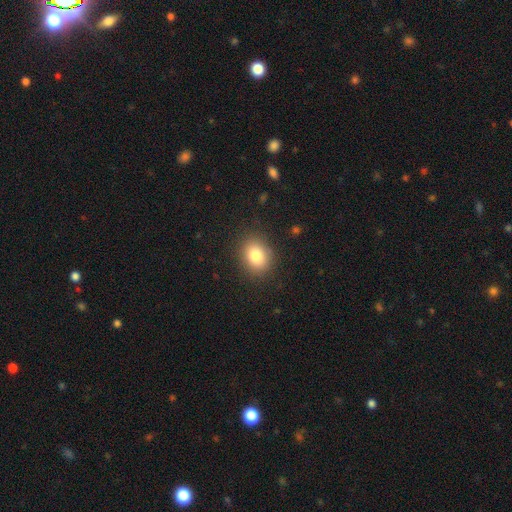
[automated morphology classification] Overall: smooth (83%). How rounded: in between (53%; round 46%). Merging: none (87%).